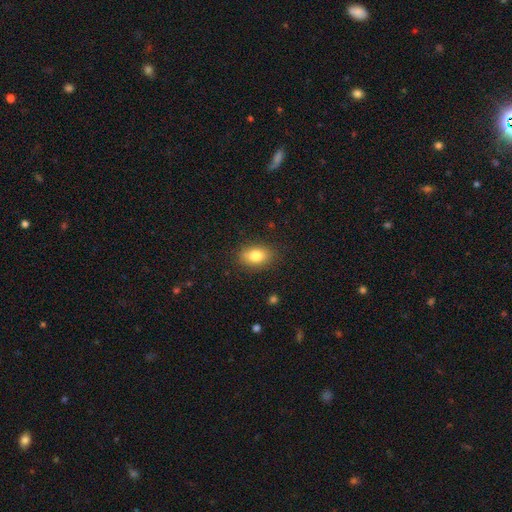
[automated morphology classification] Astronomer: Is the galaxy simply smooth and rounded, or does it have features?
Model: smooth — 80%.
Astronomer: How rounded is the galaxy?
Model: in between — 78%.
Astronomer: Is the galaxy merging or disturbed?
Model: none — 85%.